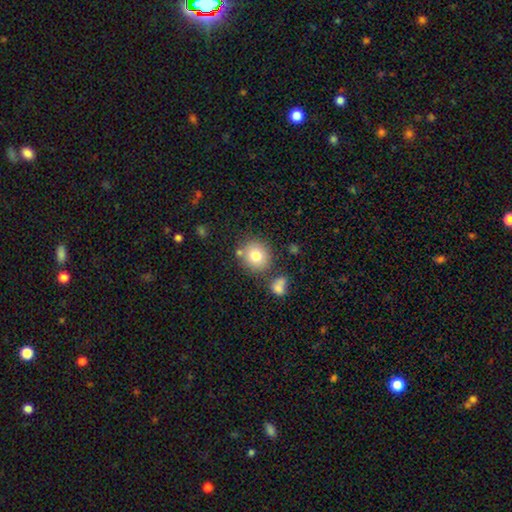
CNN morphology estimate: Q: Smooth or featured?
A: smooth (78%); runner-up: featured or disk (12%)
Q: How rounded?
A: round (85%); runner-up: in between (14%)
Q: Merging?
A: none (74%); runner-up: merger (12%)